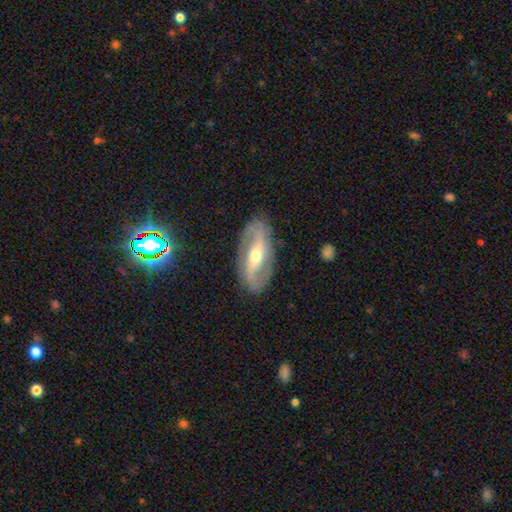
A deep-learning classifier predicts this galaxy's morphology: A featured or disk galaxy (85%) with a strong bar (38%), 2 (92%) medium (42%) spiral arms (92%) and a moderate central bulge (58%). Merging: none (85%).